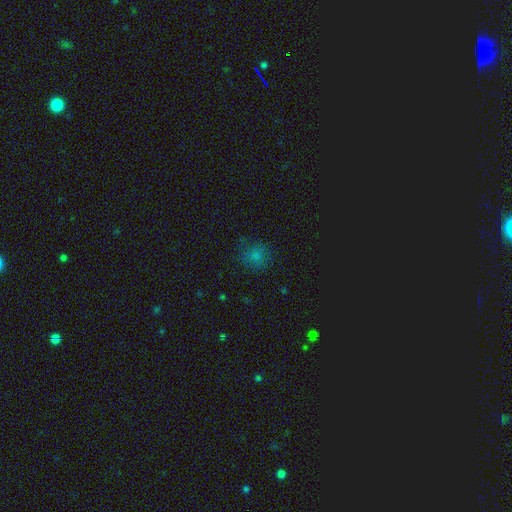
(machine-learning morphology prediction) type=smooth (76%); roundness=round (86%); merging=none (77%).